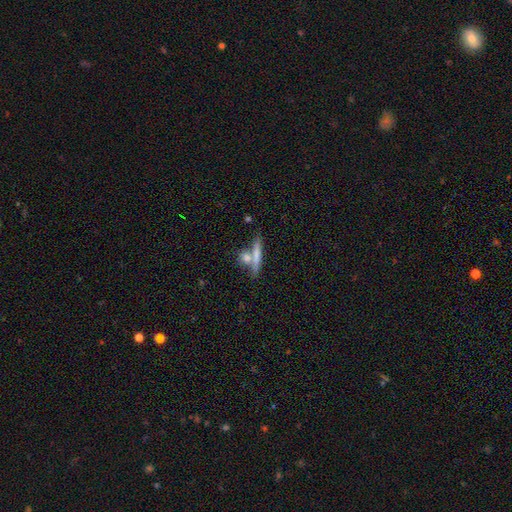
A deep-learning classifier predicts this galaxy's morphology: Smooth or featured: smooth — 66% (featured or disk — 27%)
How rounded: cigar-shaped — 74% (in between — 15%)
Merging: none — 55% (merger — 31%)